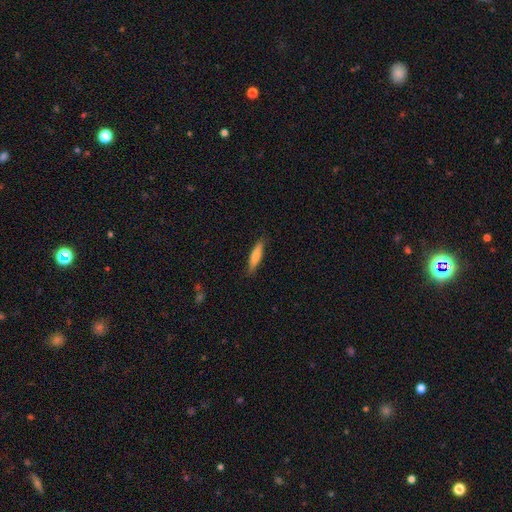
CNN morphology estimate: Smooth or featured?
  - smooth: 77% *
  - featured or disk: 18%
  - star or artifact: 6%
How rounded?
  - cigar-shaped: 81% *
  - in between: 18%
  - round: 1%
Merging?
  - none: 87% *
  - minor disturbance: 10%
  - major disturbance: 2%
  - merger: 1%